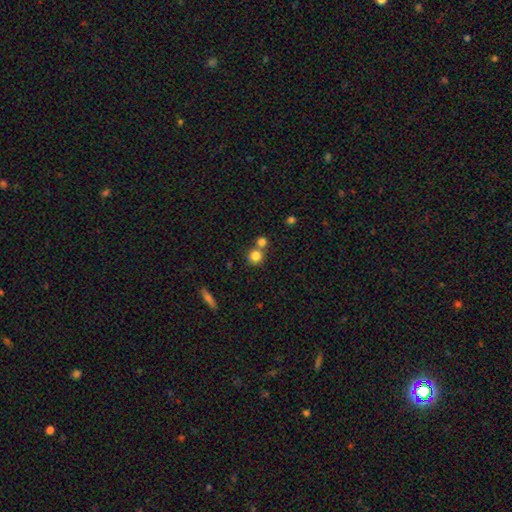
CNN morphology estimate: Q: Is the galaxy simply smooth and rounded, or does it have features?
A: smooth — 81%.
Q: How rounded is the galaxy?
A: round — 90%.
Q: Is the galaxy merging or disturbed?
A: none — 56%.